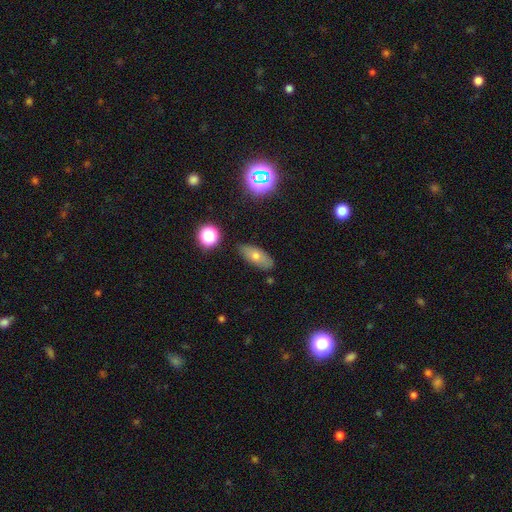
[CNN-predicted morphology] type=smooth (64%); roundness=in between (75%); merging=none (84%).